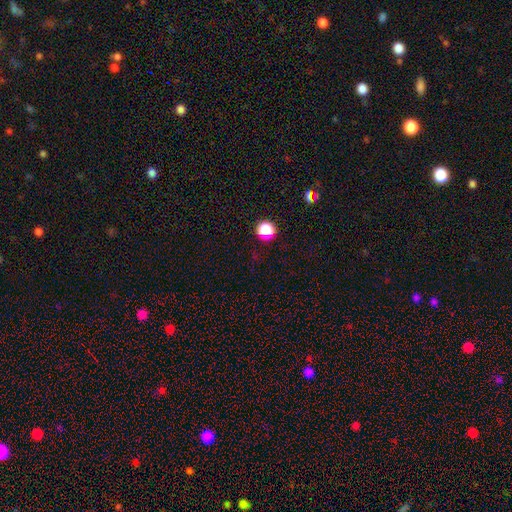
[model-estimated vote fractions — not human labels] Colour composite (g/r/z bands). It shows a star or artifact, not a galaxy (58%).